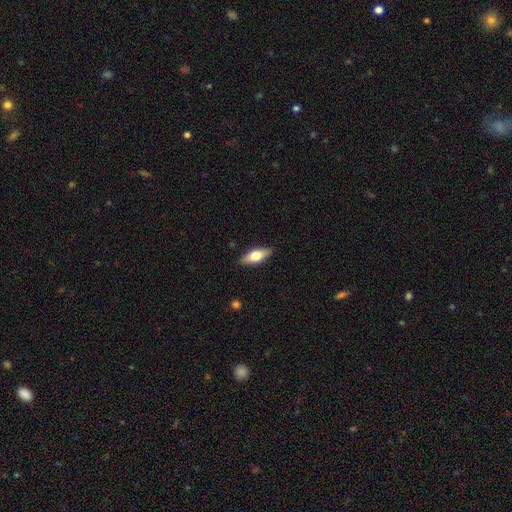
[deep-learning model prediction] This appears to be a smooth galaxy with no disk features (62%) that is in between round and cigar-shaped (73%). Merging: none (88%).